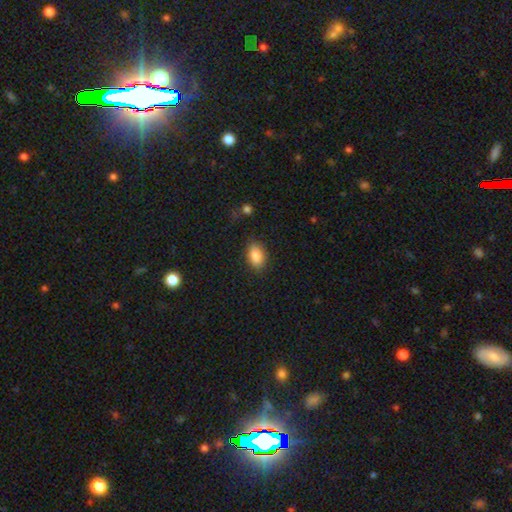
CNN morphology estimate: A smooth galaxy with no disk features (86%) that is in between round and cigar-shaped (88%).

Vote fractions:
- Smooth or featured? smooth: 86% / star or artifact: 8% / featured or disk: 6%
- How rounded? in between: 88% / round: 10% / cigar-shaped: 2%
- Merging? none: 84% / minor disturbance: 11% / major disturbance: 3% / merger: 2%